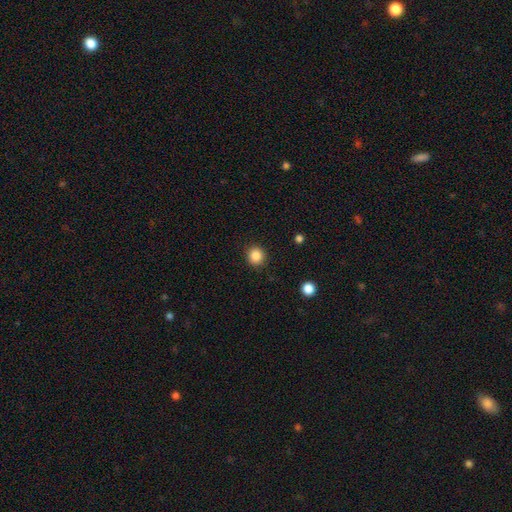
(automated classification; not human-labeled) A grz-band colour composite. It shows a smooth galaxy with no disk features (85%) that is round (92%). Merging: none (91%).